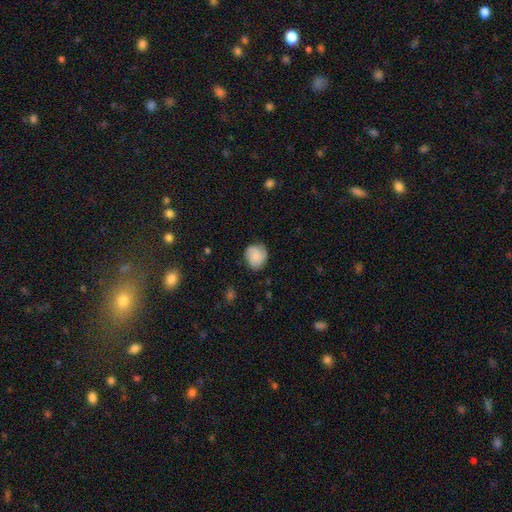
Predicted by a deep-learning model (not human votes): Smooth or featured? Predicted: smooth (p=0.65). How rounded? Predicted: round (p=0.74). Merging? Predicted: none (p=0.73).